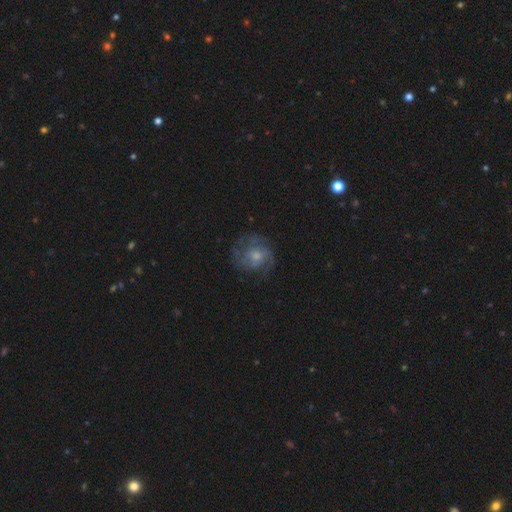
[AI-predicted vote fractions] This is possibly a featured or disk galaxy (59%). It is clearly not viewed edge-on (97%). Bar: likely no (77%). Spiral arm pattern: likely yes (72%). Central bulge: marginally moderate (45%). Merging: likely none (62%).